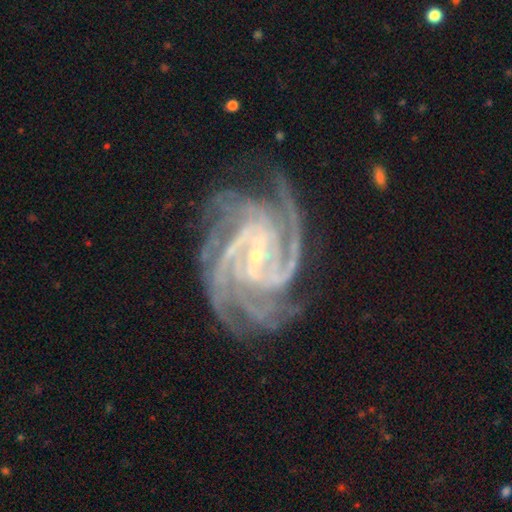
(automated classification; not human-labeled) Morphology: type=featured or disk (93%); edge-on=no (98%); bar=weak (41%); spiral arms=yes (99%); winding=tight (68%); arm count=4 (38%); bulge=small (82%); merging=none (75%).